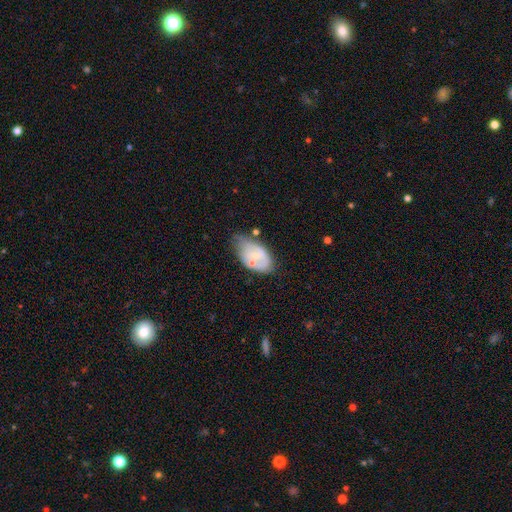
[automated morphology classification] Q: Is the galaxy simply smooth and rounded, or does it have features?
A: smooth — 47%.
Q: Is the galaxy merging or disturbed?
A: none — 40%.